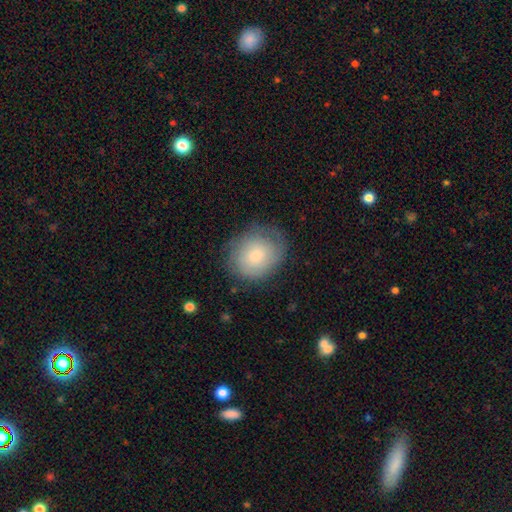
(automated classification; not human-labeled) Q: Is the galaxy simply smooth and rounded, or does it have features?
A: smooth — 63%.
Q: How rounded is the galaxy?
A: round — 70%.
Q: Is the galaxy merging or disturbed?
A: none — 73%.